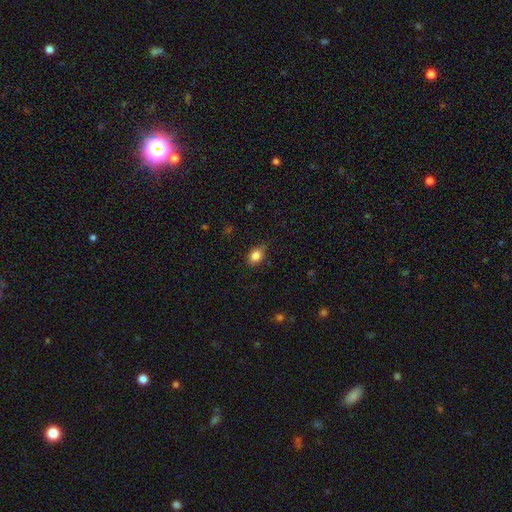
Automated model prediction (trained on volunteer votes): Smooth or featured: smooth — 84% (star or artifact — 9%)
How rounded: in between — 69% (round — 30%)
Merging: none — 77% (minor disturbance — 19%)